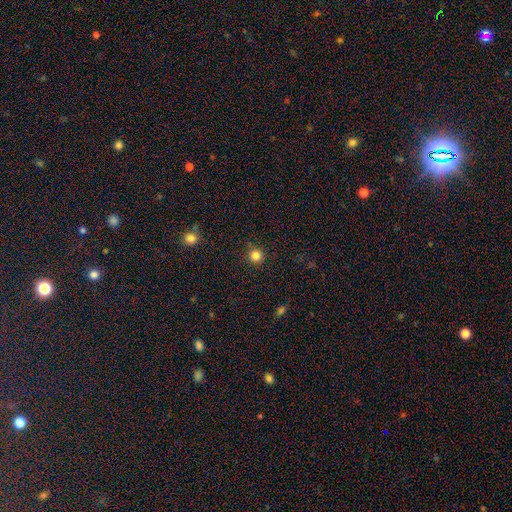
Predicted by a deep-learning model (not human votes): A smooth galaxy with no disk features (83%) that is round (95%). Merging: none (91%).